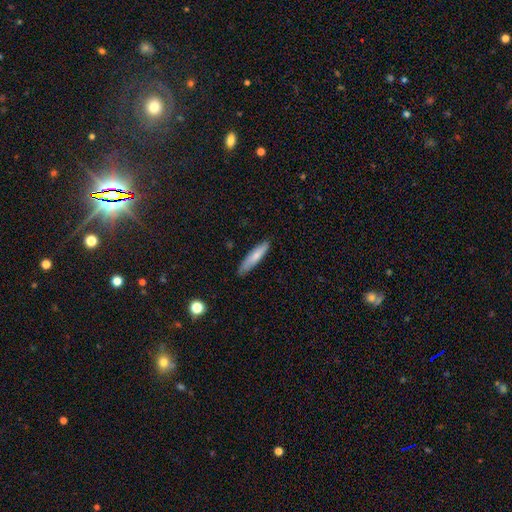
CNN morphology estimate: Smooth or featured? Predicted: smooth (p=0.75). How rounded? Predicted: cigar-shaped (p=0.84). Merging? Predicted: none (p=0.81).